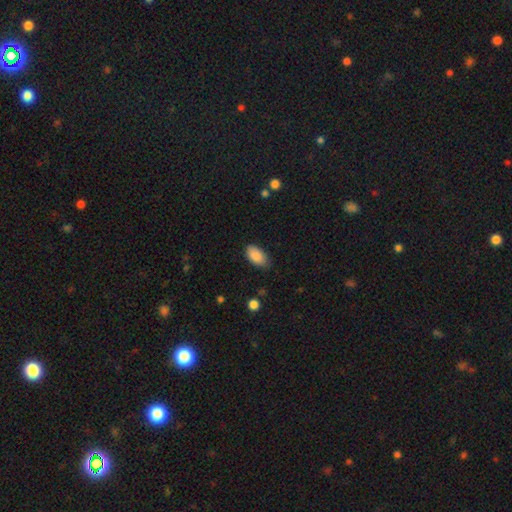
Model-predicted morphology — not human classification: Smooth or featured?
  - smooth: 88% *
  - star or artifact: 7%
  - featured or disk: 5%
How rounded?
  - in between: 94% *
  - round: 3%
  - cigar-shaped: 2%
Merging?
  - none: 77% *
  - minor disturbance: 19%
  - major disturbance: 3%
  - merger: 1%